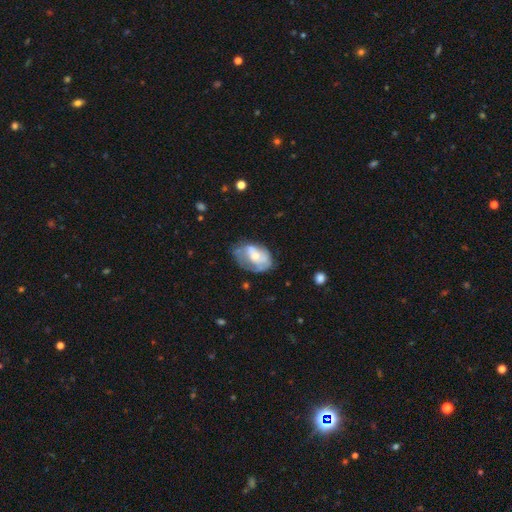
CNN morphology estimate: smooth_or_featured: featured or disk (p=0.51) [alt: smooth p=0.41]
disk_edge_on: no (p=0.96) [alt: yes p=0.04]
merging: none (p=0.39) [alt: minor disturbance p=0.32]